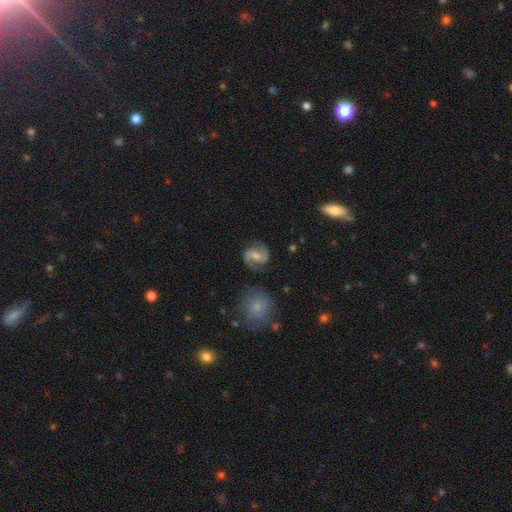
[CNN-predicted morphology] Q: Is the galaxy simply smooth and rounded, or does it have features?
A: featured or disk — 82%.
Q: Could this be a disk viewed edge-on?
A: no — 98%.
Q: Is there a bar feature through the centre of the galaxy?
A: weak — 46%.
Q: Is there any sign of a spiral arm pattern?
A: yes — 96%.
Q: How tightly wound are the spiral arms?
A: medium — 53%.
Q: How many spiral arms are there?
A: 2 — 93%.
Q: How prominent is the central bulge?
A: moderate — 50%.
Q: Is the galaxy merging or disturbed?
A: none — 79%.